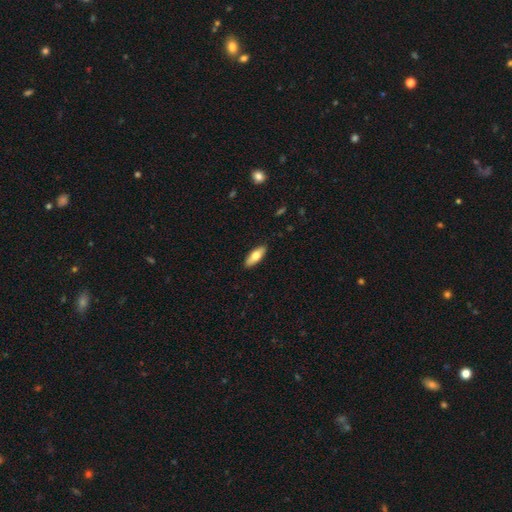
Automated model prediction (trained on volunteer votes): Q: Smooth or featured?
A: smooth (70%); runner-up: featured or disk (24%)
Q: How rounded?
A: in between (68%); runner-up: cigar-shaped (29%)
Q: Merging?
A: none (89%); runner-up: minor disturbance (8%)